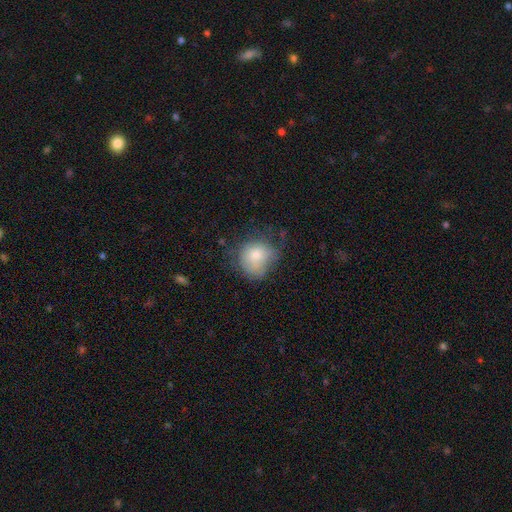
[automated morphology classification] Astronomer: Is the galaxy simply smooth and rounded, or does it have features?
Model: smooth — 77%.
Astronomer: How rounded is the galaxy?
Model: round — 70%.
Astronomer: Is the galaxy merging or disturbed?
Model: none — 43% (runner-up: minor disturbance, 32%).